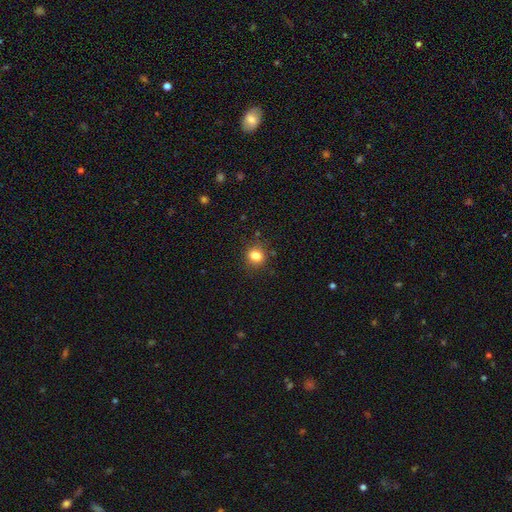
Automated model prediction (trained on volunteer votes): Morphology: type=smooth (82%); roundness=round (78%); merging=none (87%).